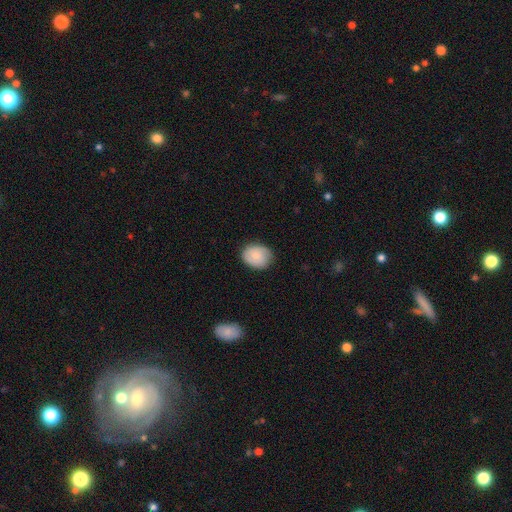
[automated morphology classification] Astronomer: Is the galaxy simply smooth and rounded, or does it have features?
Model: smooth — 83%.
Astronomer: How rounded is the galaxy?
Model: round — 51% (runner-up: in between, 48%).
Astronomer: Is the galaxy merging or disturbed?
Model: none — 81%.